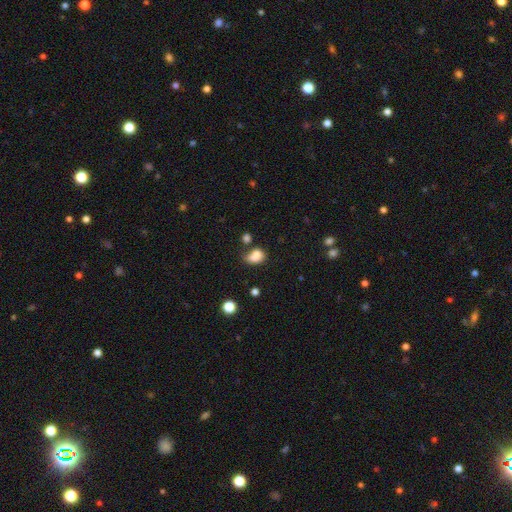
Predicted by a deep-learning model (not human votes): Smooth or featured? Predicted: smooth (p=0.78). How rounded? Predicted: in between (p=0.67). Merging? Predicted: none (p=0.34).